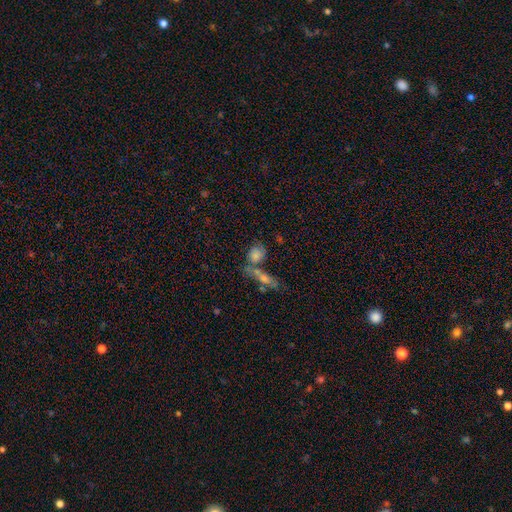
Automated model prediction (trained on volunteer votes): Morphology: type=smooth (49%); merging=merger (41%).